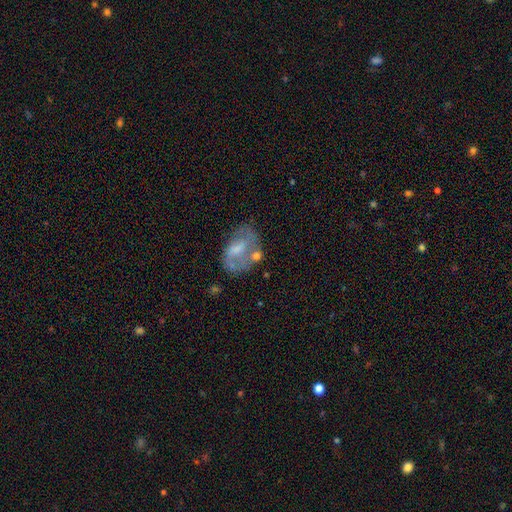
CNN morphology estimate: Overall: featured or disk (62%; smooth 23%). Edge-on disk: no (96%). Bar: no (45%; weak 41%). Spiral arms: yes (66%; no 34%). Bulge size: small (40%, tied with moderate). Merging: none (59%).